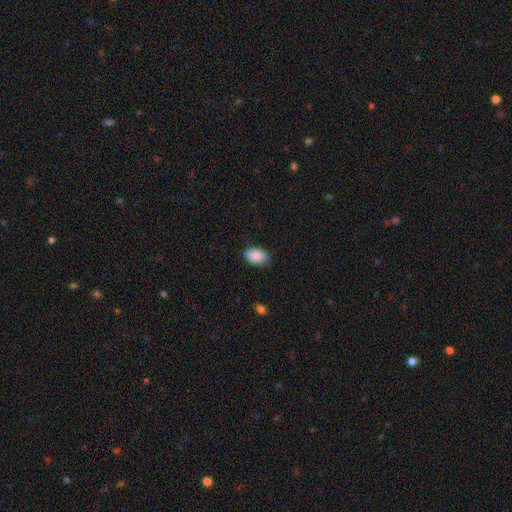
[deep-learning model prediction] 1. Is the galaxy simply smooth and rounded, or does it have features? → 89% smooth, 7% star or artifact, 4% featured or disk.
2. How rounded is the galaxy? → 90% in between, 8% round, 1% cigar-shaped.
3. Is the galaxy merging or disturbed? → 84% none, 13% minor disturbance, 2% major disturbance, 1% merger.